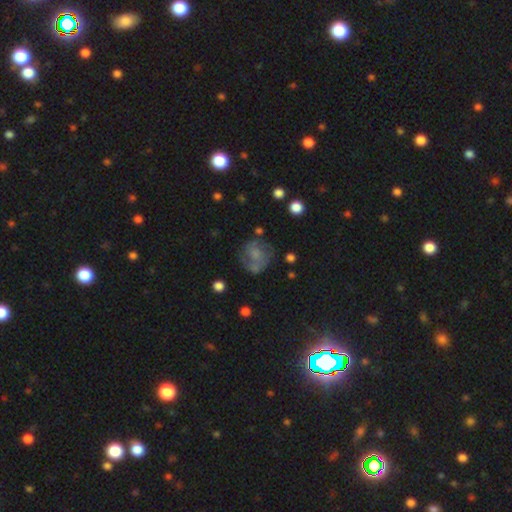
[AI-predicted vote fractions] Overall: smooth (47%; featured or disk 37%). Merging: none (54%; minor disturbance 23%).